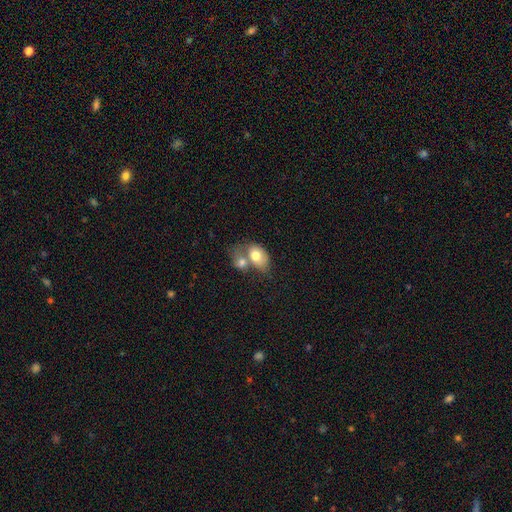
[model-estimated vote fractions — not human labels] smooth_or_featured: smooth (p=0.73) [alt: featured or disk p=0.21]
how_rounded: in between (p=0.79) [alt: round p=0.19]
merging: merger (p=0.68) [alt: none p=0.17]